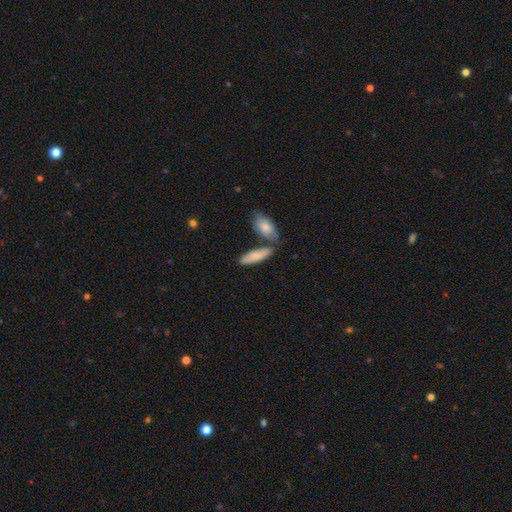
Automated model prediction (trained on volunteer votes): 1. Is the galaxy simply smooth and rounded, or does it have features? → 80% smooth, 14% featured or disk, 5% star or artifact.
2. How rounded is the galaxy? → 51% cigar-shaped, 47% in between, 2% round.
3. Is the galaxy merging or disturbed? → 63% none, 20% merger, 13% minor disturbance, 3% major disturbance.